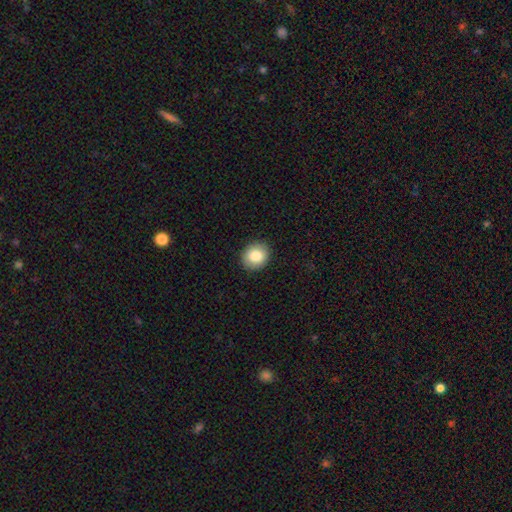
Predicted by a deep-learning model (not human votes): A smooth galaxy with no disk features (84%) that is round (69%).

Vote fractions:
- Smooth or featured? smooth: 84% / star or artifact: 8% / featured or disk: 8%
- How rounded? round: 69% / in between: 31% / cigar-shaped: 1%
- Merging? none: 91% / minor disturbance: 7% / major disturbance: 2% / merger: 1%